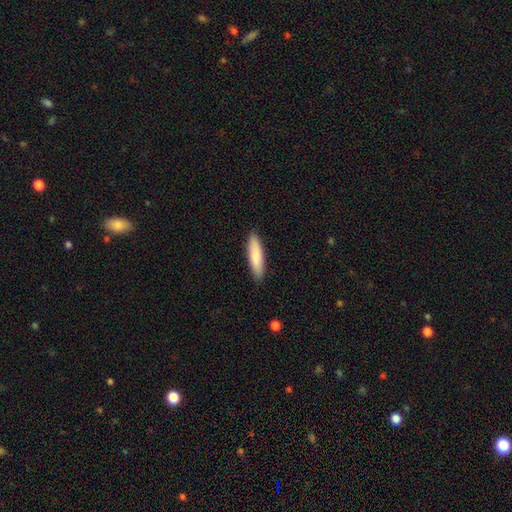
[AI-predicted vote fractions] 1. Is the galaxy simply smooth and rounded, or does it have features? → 83% smooth, 12% featured or disk, 5% star or artifact.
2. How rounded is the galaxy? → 71% cigar-shaped, 27% in between, 1% round.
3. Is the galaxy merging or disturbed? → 89% none, 9% minor disturbance, 2% major disturbance, 1% merger.